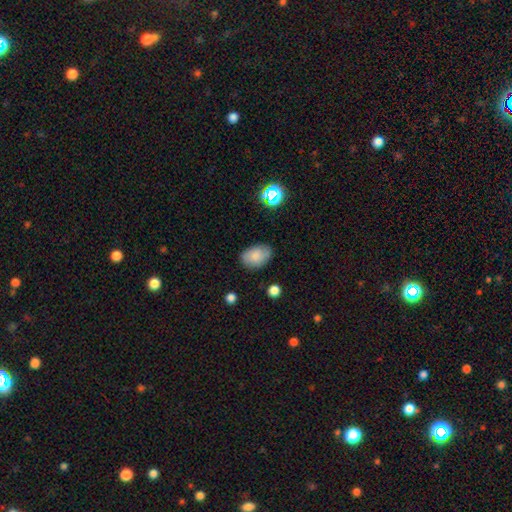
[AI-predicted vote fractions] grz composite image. It shows a smooth galaxy with no disk features (80%) that is in between round and cigar-shaped (85%). Merging: none (77%).